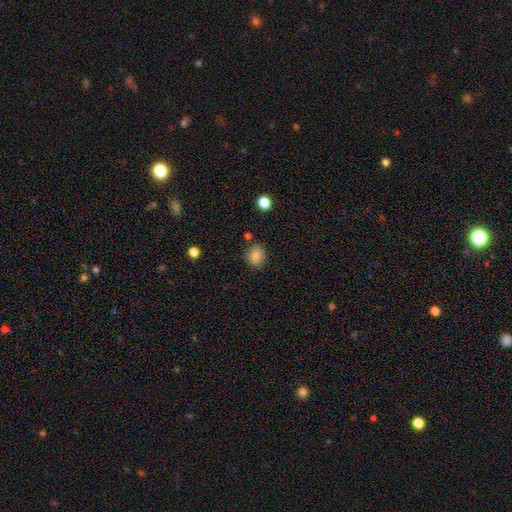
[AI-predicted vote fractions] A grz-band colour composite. It shows a smooth galaxy with no disk features (83%) that is round (65%). Merging: none (79%).